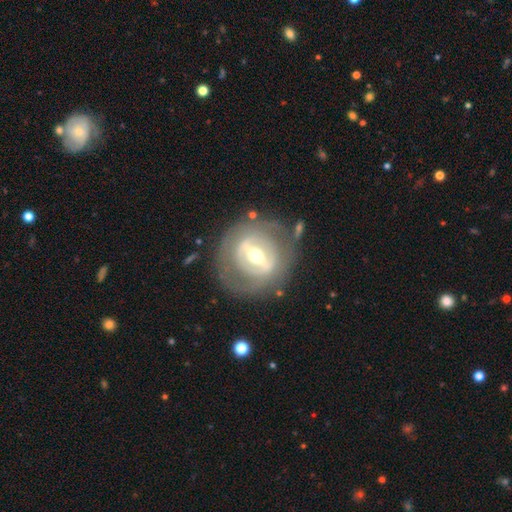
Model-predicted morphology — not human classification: This is likely a featured or disk galaxy (79%). It is clearly not viewed edge-on (90%). Bar: likely strong (63%). Spiral arm pattern: possibly no (55%). Central bulge: likely moderate (66%). Merging: likely none (75%).